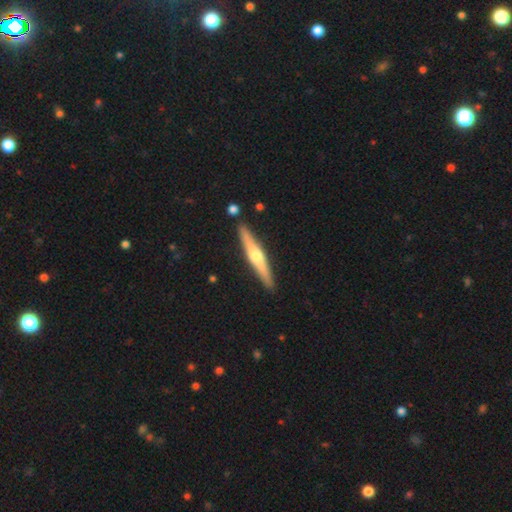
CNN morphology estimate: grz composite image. It shows a featured or disk galaxy (65%) viewed edge-on (97%) with a rounded central bulge (89%). Merging: none (89%).